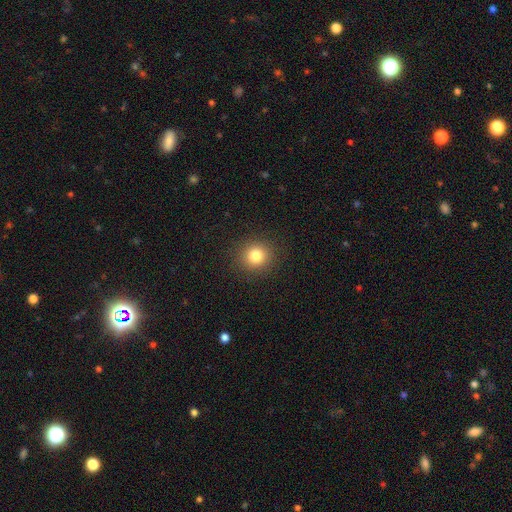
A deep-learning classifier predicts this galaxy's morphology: smooth_or_featured: smooth (p=0.81) [alt: star or artifact p=0.13]
how_rounded: round (p=0.89) [alt: in between p=0.10]
merging: none (p=0.91) [alt: minor disturbance p=0.06]